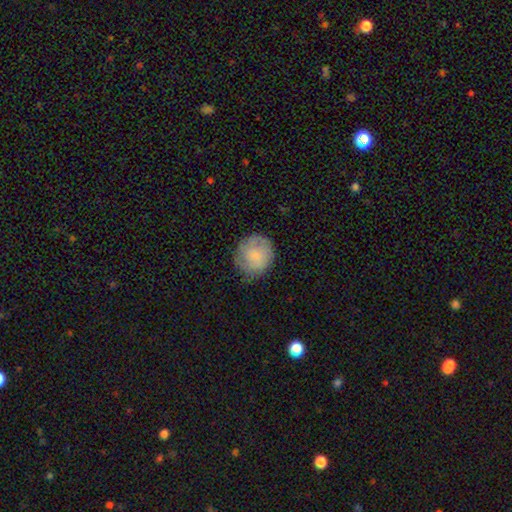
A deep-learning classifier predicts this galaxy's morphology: The model was most divided on "smooth or featured": smooth: 69%, featured or disk: 23%, star or artifact: 8%. More confident: how rounded — round (89%); merging — none (75%).